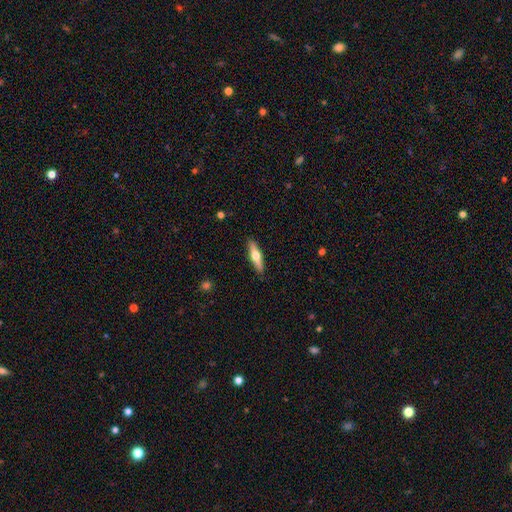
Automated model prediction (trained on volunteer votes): Overall: featured or disk (51%; smooth 44%). Edge-on disk: yes (93%). Merging: none (91%).